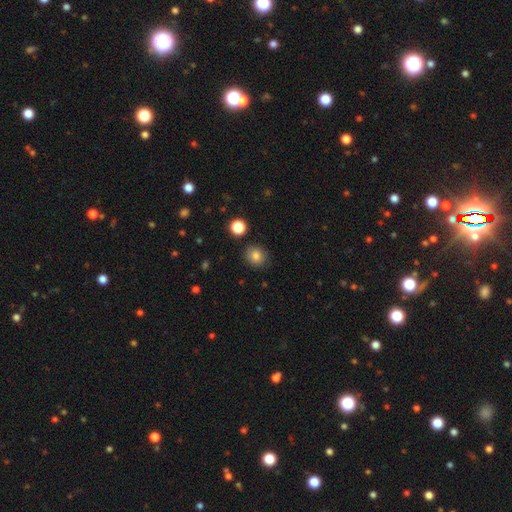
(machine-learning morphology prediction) A smooth galaxy with no disk features (82%) that is round (83%). Merging: none (88%).